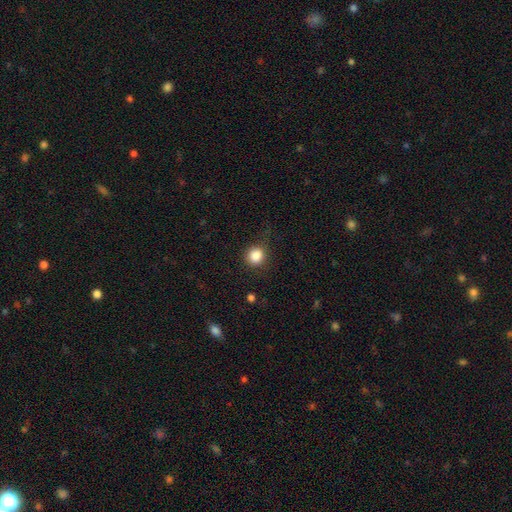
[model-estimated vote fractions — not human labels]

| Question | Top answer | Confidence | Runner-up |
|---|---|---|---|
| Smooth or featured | smooth | 86% | star or artifact (10%) |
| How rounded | round | 88% | in between (11%) |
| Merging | none | 82% | minor disturbance (12%) |